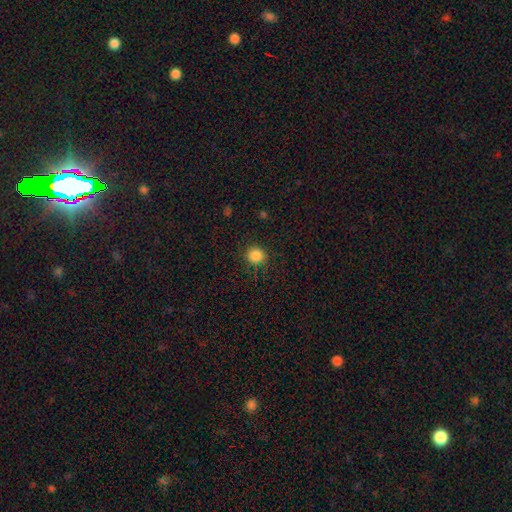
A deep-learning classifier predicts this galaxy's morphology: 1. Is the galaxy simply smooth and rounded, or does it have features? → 85% smooth, 12% star or artifact, 4% featured or disk.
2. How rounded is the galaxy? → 89% round, 10% in between, 1% cigar-shaped.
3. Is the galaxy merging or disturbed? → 88% none, 8% minor disturbance, 3% major disturbance, 1% merger.